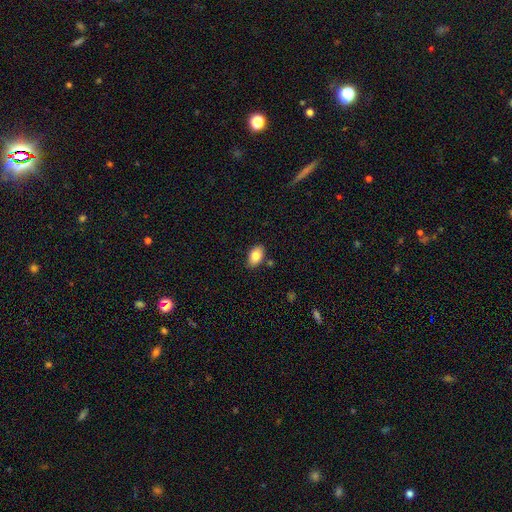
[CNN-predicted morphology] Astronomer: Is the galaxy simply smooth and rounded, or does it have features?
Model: smooth — 83%.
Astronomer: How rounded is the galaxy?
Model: in between — 91%.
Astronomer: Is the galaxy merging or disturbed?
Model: none — 84%.